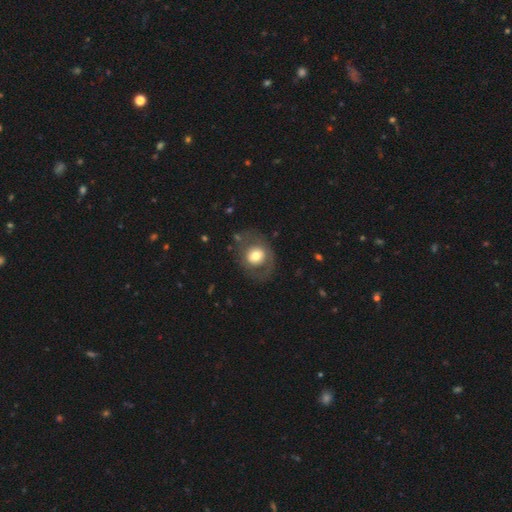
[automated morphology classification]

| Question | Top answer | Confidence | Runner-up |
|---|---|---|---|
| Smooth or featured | smooth | 58% | featured or disk (34%) |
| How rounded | round | 65% | in between (34%) |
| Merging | none | 68% | minor disturbance (16%) |